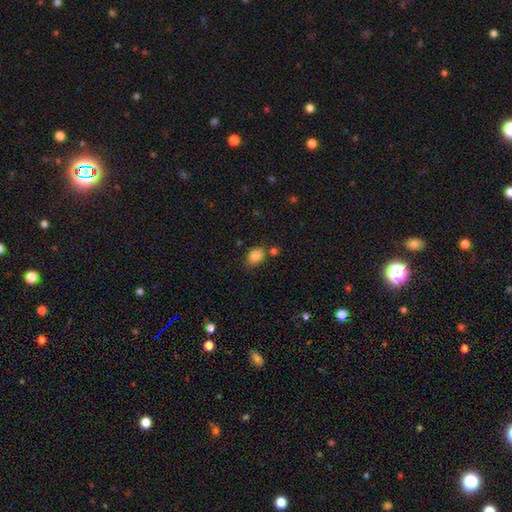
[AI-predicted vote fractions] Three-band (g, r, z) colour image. It shows a smooth galaxy with no disk features (84%) that is in between round and cigar-shaped (73%). Merging: none (72%).